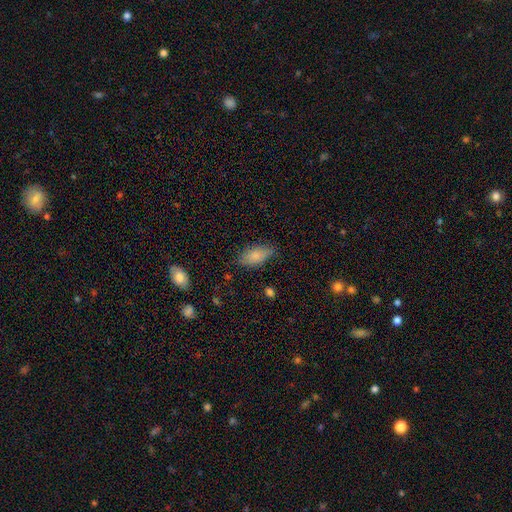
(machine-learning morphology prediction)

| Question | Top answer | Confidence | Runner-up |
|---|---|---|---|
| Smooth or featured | smooth | 82% | featured or disk (10%) |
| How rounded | in between | 89% | cigar-shaped (8%) |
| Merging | none | 76% | minor disturbance (19%) |